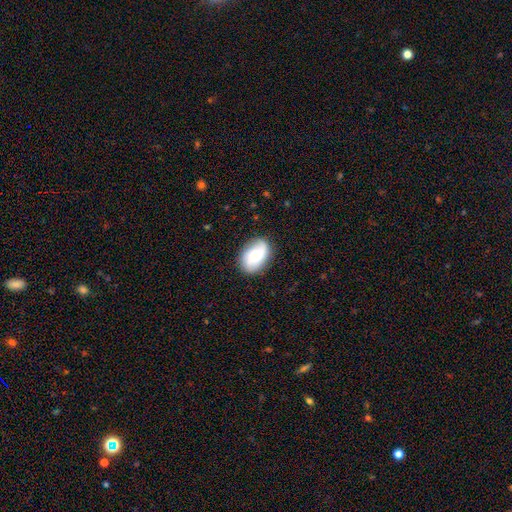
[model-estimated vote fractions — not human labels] Q: Smooth or featured?
A: smooth (60%); runner-up: featured or disk (32%)
Q: How rounded?
A: in between (86%); runner-up: round (13%)
Q: Merging?
A: none (80%); runner-up: minor disturbance (15%)